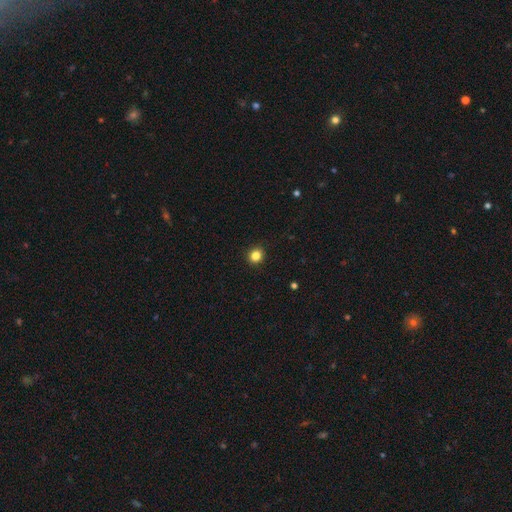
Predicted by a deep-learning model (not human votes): A smooth galaxy with no disk features (84%) that is round (84%). Merging: none (92%).